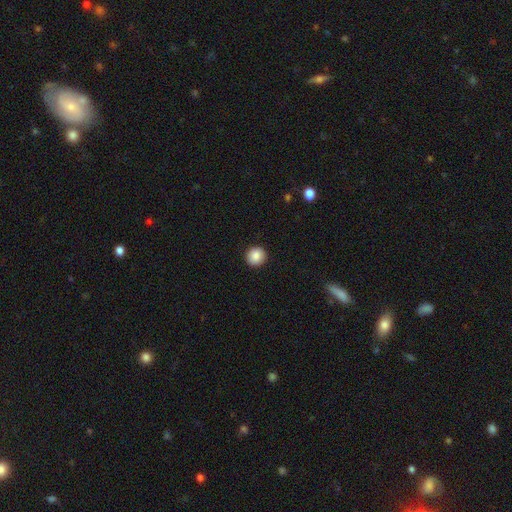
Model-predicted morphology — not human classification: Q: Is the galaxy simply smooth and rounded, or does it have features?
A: smooth — 88%.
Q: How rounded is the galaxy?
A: round — 93%.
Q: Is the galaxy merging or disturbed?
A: none — 93%.